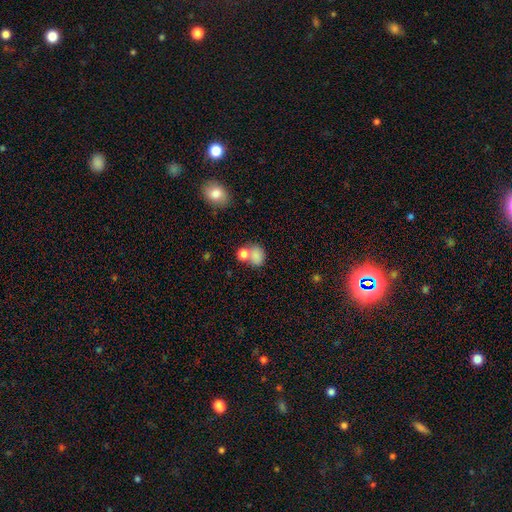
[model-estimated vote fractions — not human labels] Smooth or featured: smooth — 80% (star or artifact — 10%)
How rounded: round — 51% (in between — 48%)
Merging: merger — 44% (none — 38%)